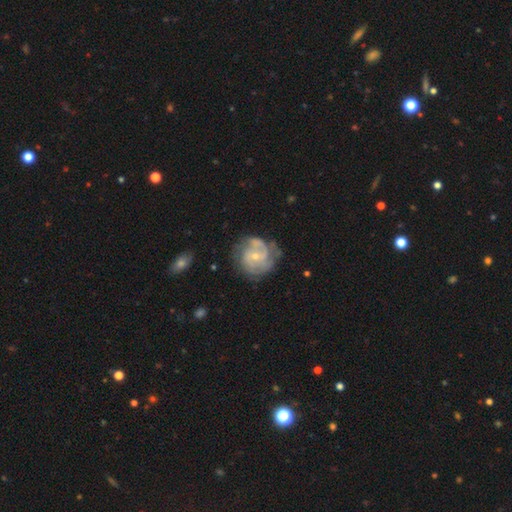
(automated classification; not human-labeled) This appears to be a featured or disk galaxy (81%) with no bar (58%), 2 (40%) tight (45%) spiral arms (92%) and a small central bulge (66%). Merging: none (64%).